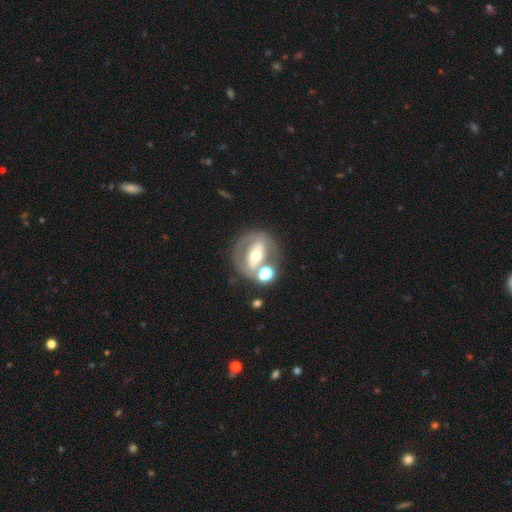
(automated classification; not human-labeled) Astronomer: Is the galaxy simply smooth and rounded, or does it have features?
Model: featured or disk — 65%.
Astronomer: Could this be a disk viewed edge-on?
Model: no — 92%.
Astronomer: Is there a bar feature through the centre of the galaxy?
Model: strong — 46% (runner-up: no, 31%).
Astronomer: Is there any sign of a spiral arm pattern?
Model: no — 67%.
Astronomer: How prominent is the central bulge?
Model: moderate — 65%.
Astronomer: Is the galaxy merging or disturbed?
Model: none — 56%.